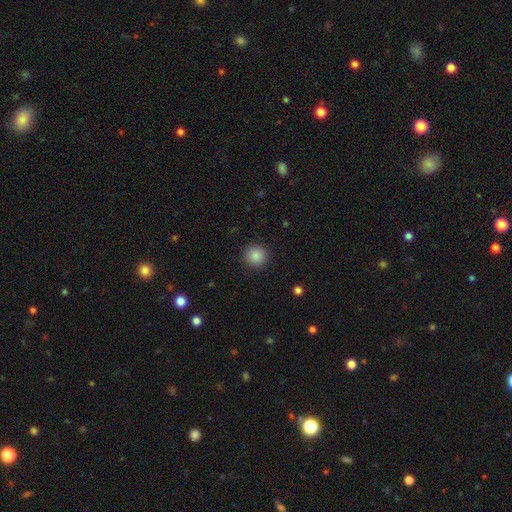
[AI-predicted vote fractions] Morphology: type=smooth (87%); roundness=round (93%); merging=none (91%).